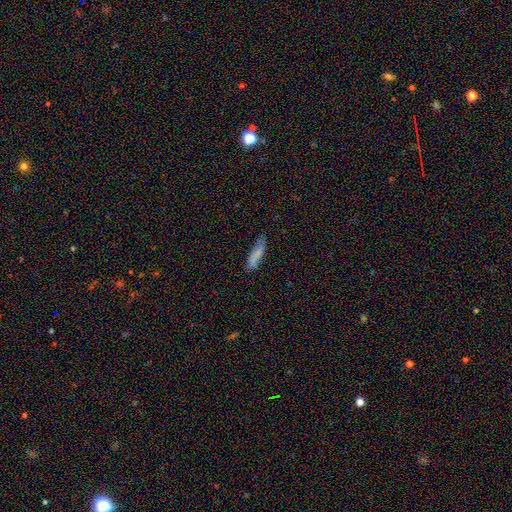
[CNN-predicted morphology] A smooth galaxy with no disk features (76%) that is cigar-shaped (67%).

Vote fractions:
- Smooth or featured? smooth: 76% / featured or disk: 16% / star or artifact: 8%
- How rounded? cigar-shaped: 67% / in between: 31% / round: 2%
- Merging? none: 69% / minor disturbance: 24% / major disturbance: 5% / merger: 2%